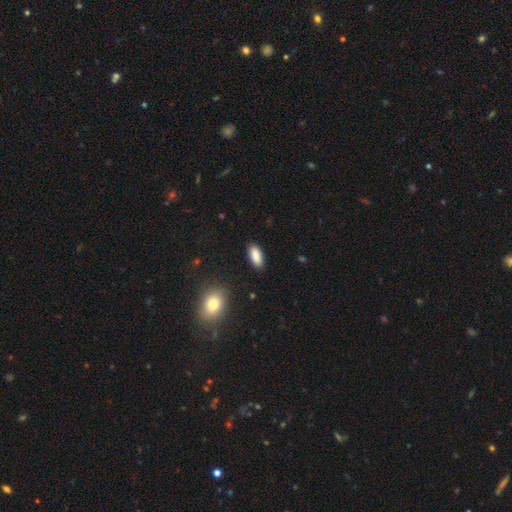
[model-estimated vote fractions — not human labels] Overall: smooth (88%). How rounded: in between (83%). Merging: none (89%).